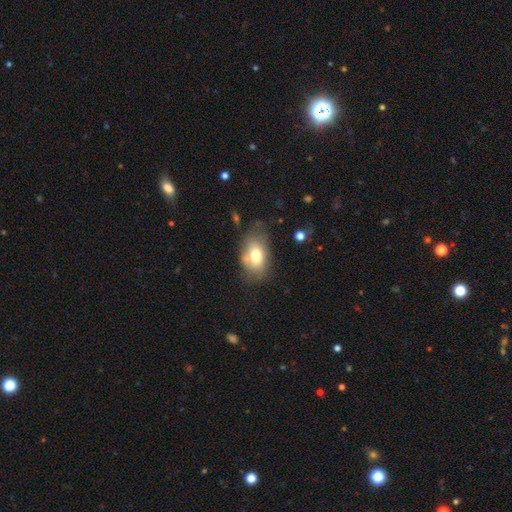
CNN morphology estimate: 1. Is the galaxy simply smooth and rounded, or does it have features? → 71% smooth, 20% featured or disk, 8% star or artifact.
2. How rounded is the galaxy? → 87% in between, 11% round, 2% cigar-shaped.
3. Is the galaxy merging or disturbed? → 55% none, 28% minor disturbance, 11% major disturbance, 6% merger.